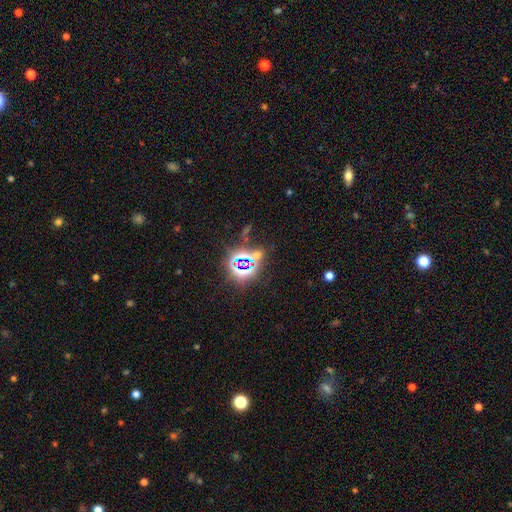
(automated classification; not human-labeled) Morphology: type=star or artifact (72%).